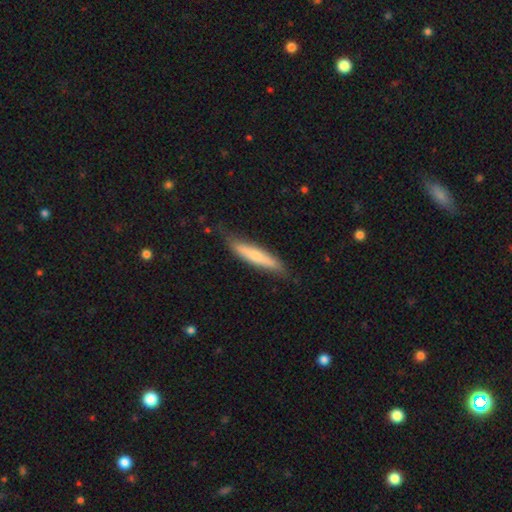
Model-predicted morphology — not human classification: Smooth or featured: smooth — 62% (featured or disk — 32%)
How rounded: cigar-shaped — 85% (in between — 14%)
Merging: none — 73% (minor disturbance — 21%)